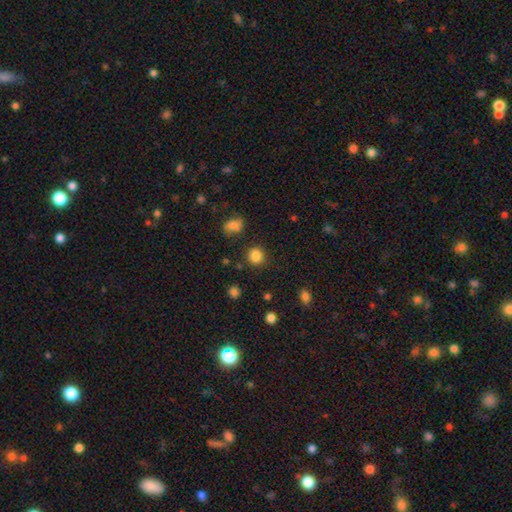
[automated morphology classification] This is clearly a smooth galaxy (85%). How rounded: clearly round (88%). Merging: clearly none (86%).